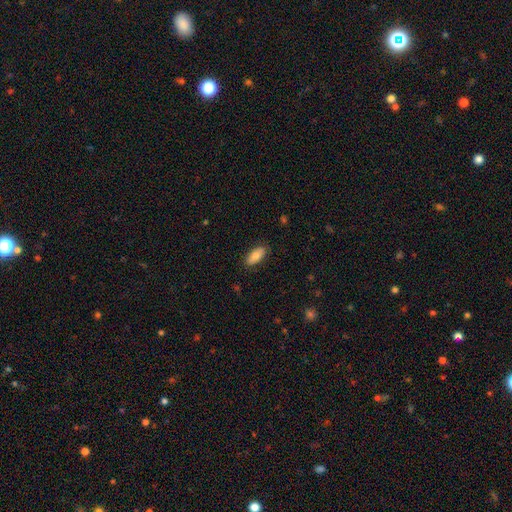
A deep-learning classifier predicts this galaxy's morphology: A smooth galaxy with no disk features (79%) that is in between round and cigar-shaped (88%). Merging: none (84%).